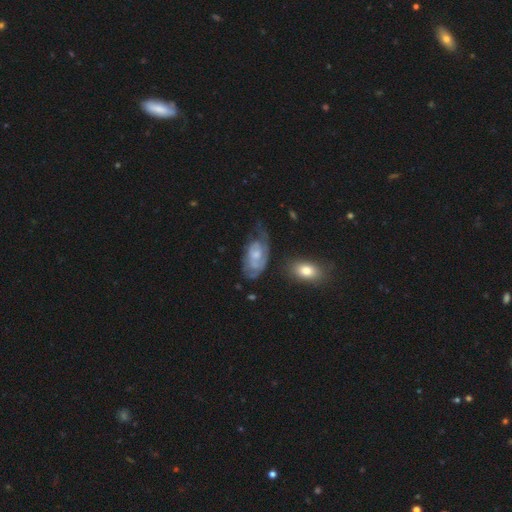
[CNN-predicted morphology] Overall: featured or disk (70%). Edge-on disk: no (95%). Bar: no (70%). Spiral arms: yes (80%). Spiral arm count: can't tell (36%; 2 34%). Spiral winding: tight (49%; medium 35%). Bulge size: small (51%; moderate 36%). Merging: none (39%; minor disturbance 28%).